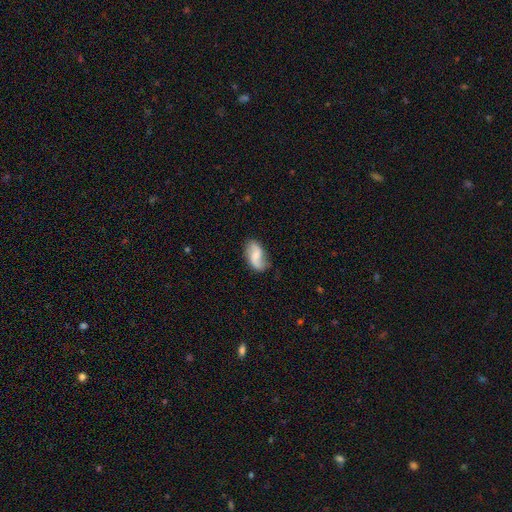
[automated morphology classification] featured or disk 53%, smooth 40%, star or artifact 7%. Down the decision tree: edge-on disk — no (96%); bar — no (45%); spiral arms — yes (91%); bulge size — small (41%); merging — none (73%).